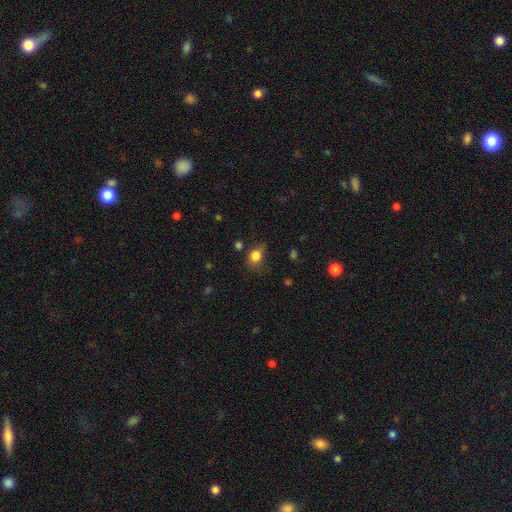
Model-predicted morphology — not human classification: This is clearly a smooth galaxy (82%). How rounded: possibly round (60%). Merging: possibly none (54%).